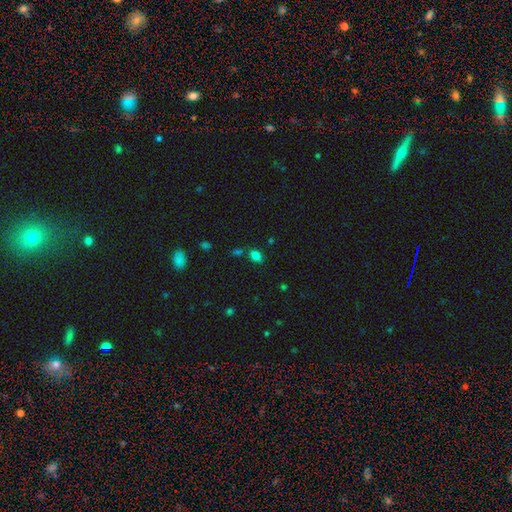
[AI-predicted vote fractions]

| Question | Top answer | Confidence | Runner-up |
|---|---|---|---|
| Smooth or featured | smooth | 78% | star or artifact (16%) |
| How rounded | in between | 78% | round (20%) |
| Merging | none | 72% | minor disturbance (13%) |